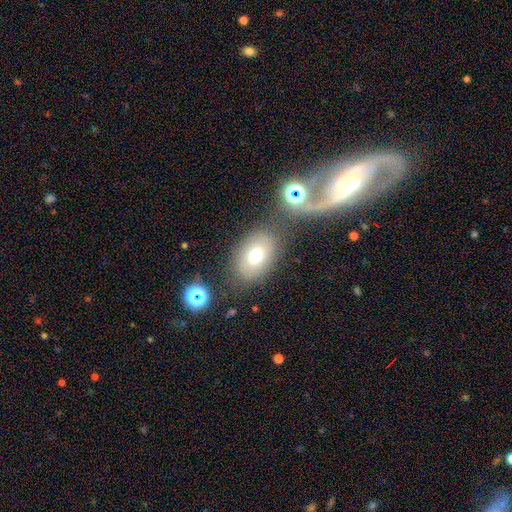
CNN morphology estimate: The model was most divided on "smooth or featured": smooth: 71%, featured or disk: 17%, star or artifact: 12%. More confident: how rounded — in between (79%); merging — none (74%).